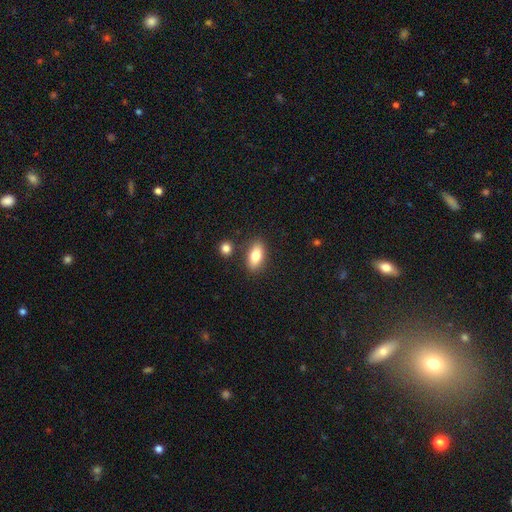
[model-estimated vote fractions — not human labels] This is likely a smooth galaxy (79%). How rounded: clearly in between (85%). Merging: clearly none (82%).